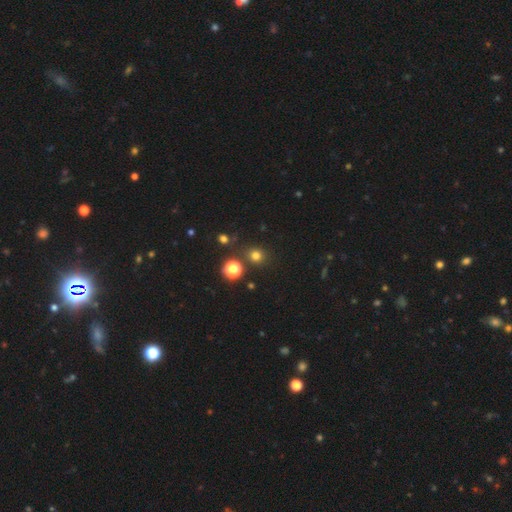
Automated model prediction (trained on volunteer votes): The model was most divided on "smooth or featured": smooth: 73%, star or artifact: 21%, featured or disk: 6%. More confident: how rounded — round (87%); merging — none (83%).